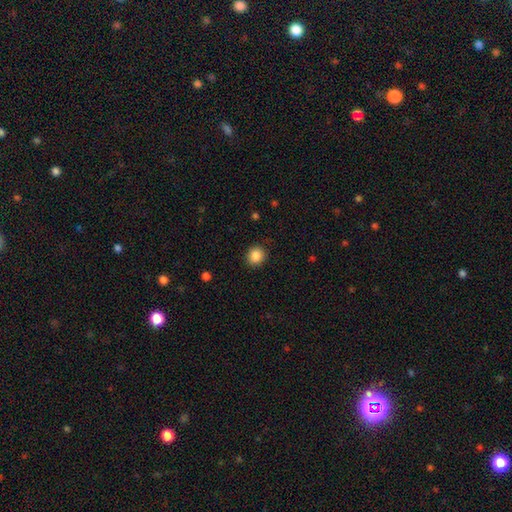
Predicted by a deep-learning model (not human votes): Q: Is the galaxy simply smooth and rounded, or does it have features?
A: smooth — 87%.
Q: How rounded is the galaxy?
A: round — 88%.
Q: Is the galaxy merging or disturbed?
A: none — 90%.